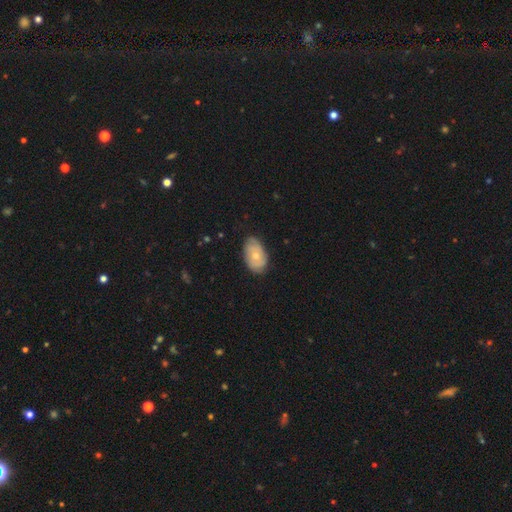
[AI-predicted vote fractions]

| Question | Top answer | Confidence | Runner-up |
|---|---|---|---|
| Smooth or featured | smooth | 54% | featured or disk (39%) |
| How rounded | in between | 90% | round (9%) |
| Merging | none | 72% | minor disturbance (23%) |